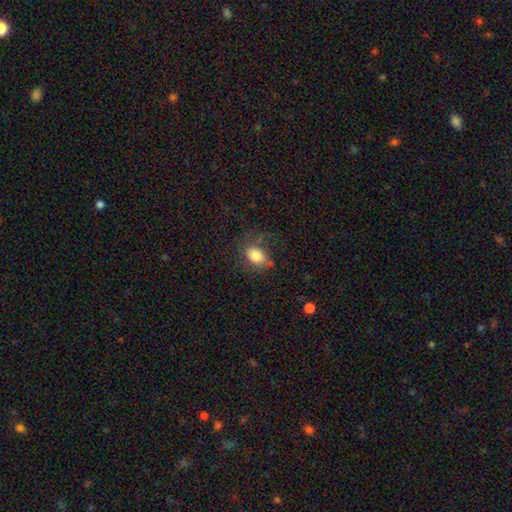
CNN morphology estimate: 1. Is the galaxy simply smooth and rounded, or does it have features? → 80% smooth, 10% featured or disk, 10% star or artifact.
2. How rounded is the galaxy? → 80% in between, 18% round, 2% cigar-shaped.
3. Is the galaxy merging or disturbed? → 62% none, 23% minor disturbance, 13% major disturbance, 2% merger.